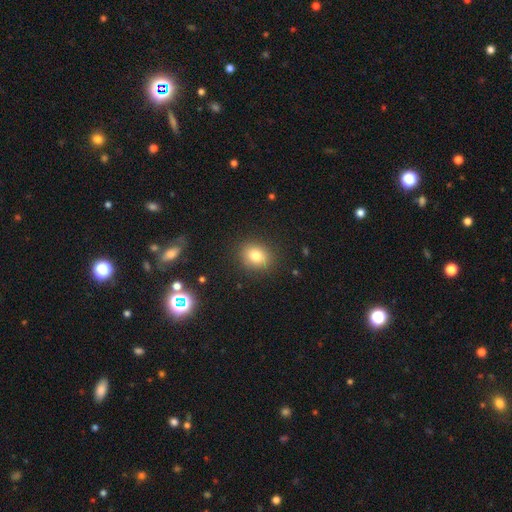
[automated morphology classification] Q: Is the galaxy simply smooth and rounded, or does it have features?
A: smooth — 80%.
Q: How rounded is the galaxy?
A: round — 60%.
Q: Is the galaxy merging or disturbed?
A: none — 88%.